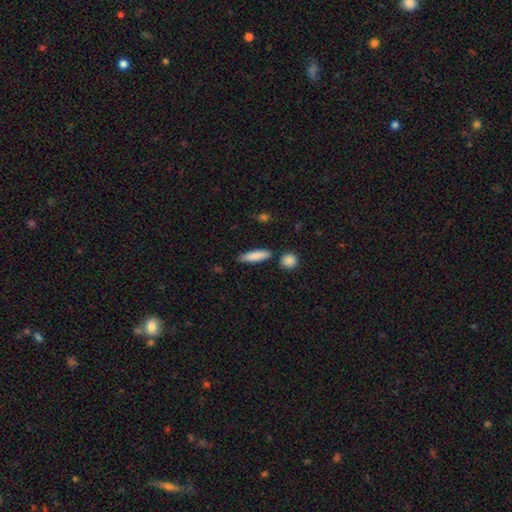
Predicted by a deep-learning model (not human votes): Smooth or featured?
  - smooth: 86% *
  - featured or disk: 8%
  - star or artifact: 6%
How rounded?
  - cigar-shaped: 64% *
  - in between: 34%
  - round: 2%
Merging?
  - none: 82% *
  - minor disturbance: 11%
  - merger: 5%
  - major disturbance: 2%